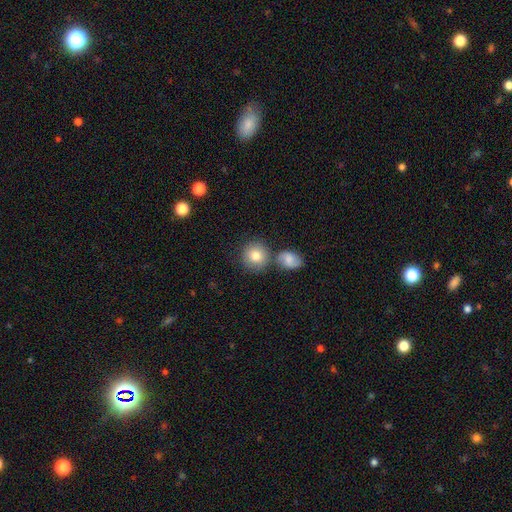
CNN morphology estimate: smooth-or-featured: smooth: 81% | featured or disk: 11% | star or artifact: 8%
  how-rounded: round: 89% | in between: 10% | cigar-shaped: 1%
  merging: none: 70% | merger: 17% | minor disturbance: 10% | major disturbance: 3%